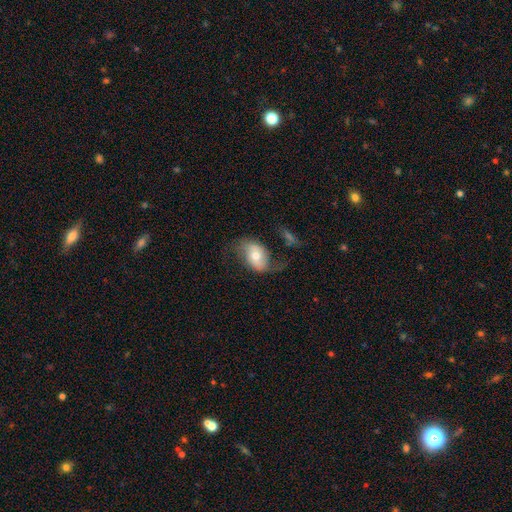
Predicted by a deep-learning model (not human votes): featured or disk 49%, smooth 44%, star or artifact 7%. Down the decision tree: merging — none (49%).